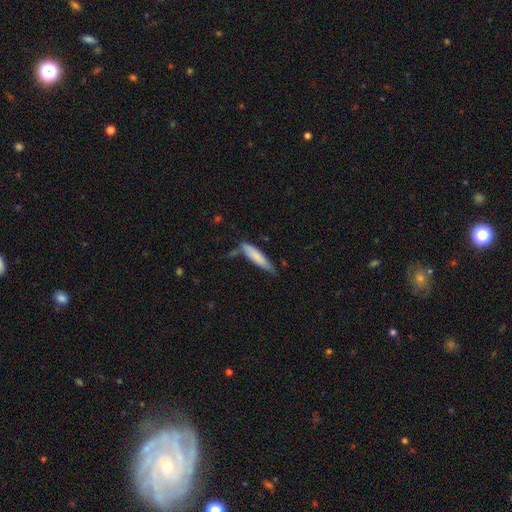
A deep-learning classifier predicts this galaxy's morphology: Smooth or featured?
  - smooth: 78% *
  - featured or disk: 17%
  - star or artifact: 6%
How rounded?
  - cigar-shaped: 80% *
  - in between: 19%
  - round: 1%
Merging?
  - none: 59% *
  - minor disturbance: 29%
  - merger: 6%
  - major disturbance: 6%